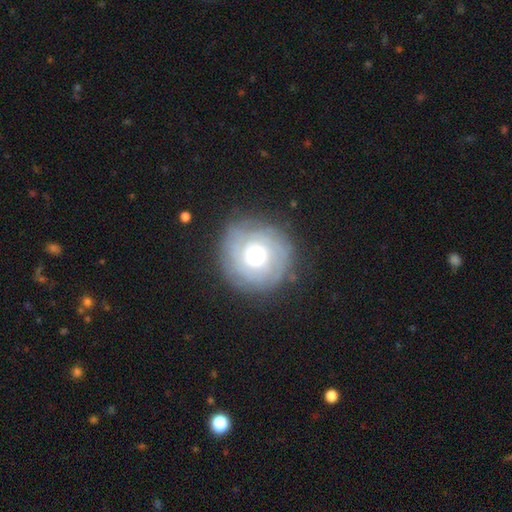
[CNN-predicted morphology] type=featured or disk (62%); edge-on=no (97%); bar=no (77%); spiral arms=yes (77%); bulge=moderate (51%); merging=none (80%).